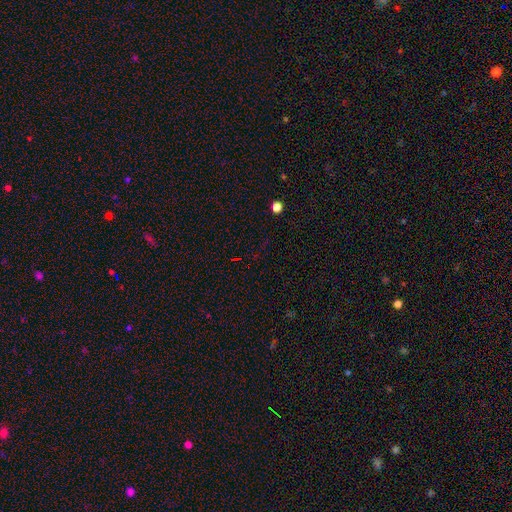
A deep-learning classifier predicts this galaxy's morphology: Overall: star or artifact (69%).